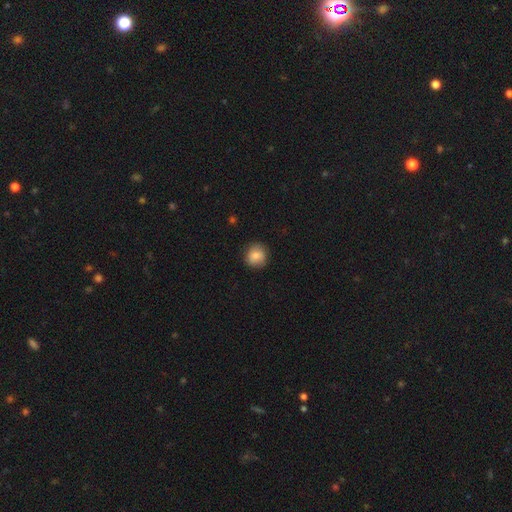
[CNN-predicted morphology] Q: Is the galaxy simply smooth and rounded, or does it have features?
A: smooth — 81%.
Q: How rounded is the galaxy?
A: round — 87%.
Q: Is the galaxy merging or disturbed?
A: none — 83%.